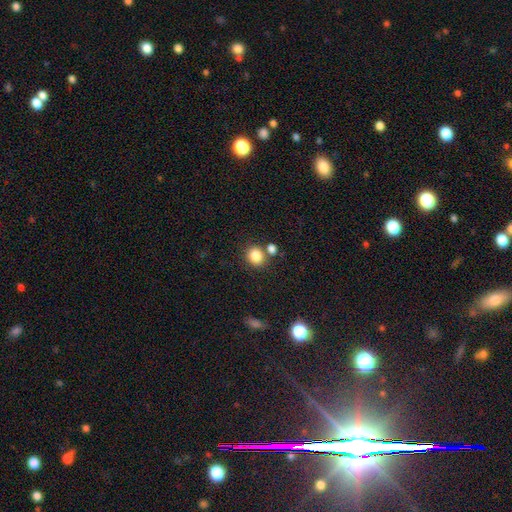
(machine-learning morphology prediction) Smooth or featured: smooth — 84% (star or artifact — 11%)
How rounded: round — 70% (in between — 29%)
Merging: none — 68% (merger — 19%)